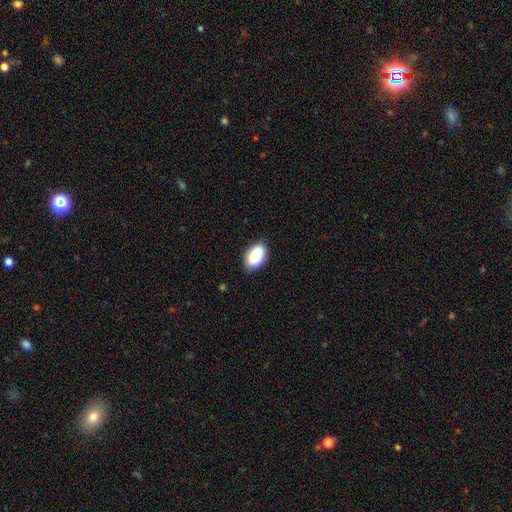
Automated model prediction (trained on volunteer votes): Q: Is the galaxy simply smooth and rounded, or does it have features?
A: smooth — 89%.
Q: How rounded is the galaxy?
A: in between — 92%.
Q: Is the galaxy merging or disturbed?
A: none — 83%.